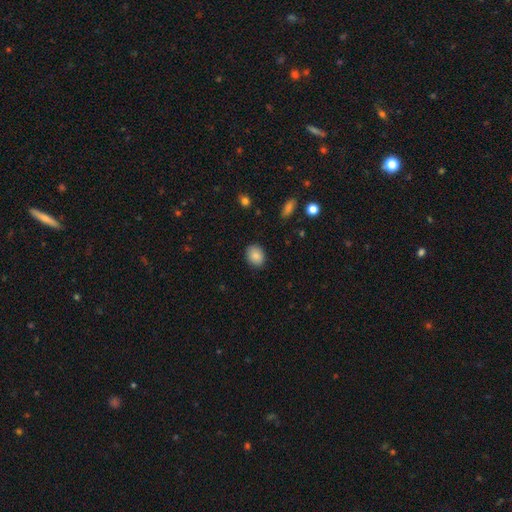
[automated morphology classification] Q: Smooth or featured?
A: smooth (87%); runner-up: star or artifact (8%)
Q: How rounded?
A: in between (54%); runner-up: round (45%)
Q: Merging?
A: none (86%); runner-up: minor disturbance (11%)